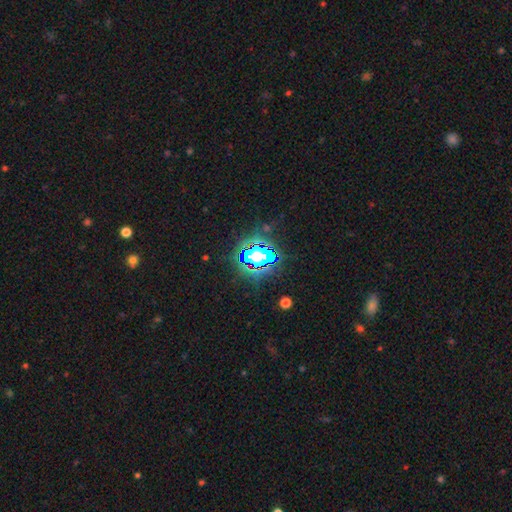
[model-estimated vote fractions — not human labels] Q: Smooth or featured?
A: star or artifact (66%); runner-up: smooth (20%)